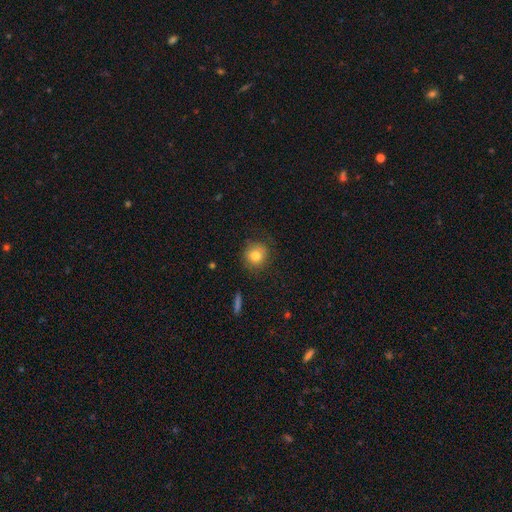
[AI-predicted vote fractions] Smooth or featured? Predicted: smooth (p=0.80). How rounded? Predicted: round (p=0.90). Merging? Predicted: none (p=0.79).